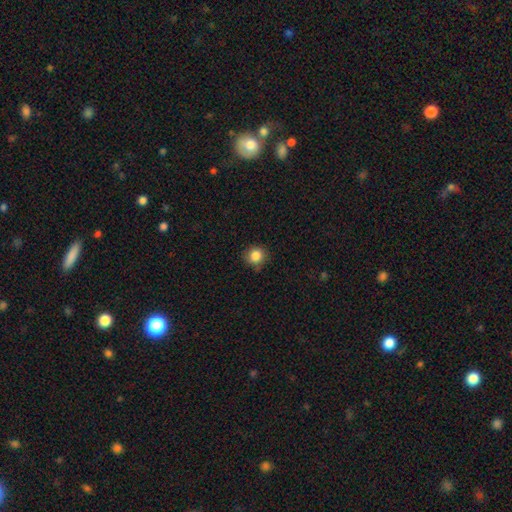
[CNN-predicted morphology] Q: Smooth or featured?
A: smooth (85%); runner-up: star or artifact (11%)
Q: How rounded?
A: round (89%); runner-up: in between (10%)
Q: Merging?
A: none (83%); runner-up: minor disturbance (13%)